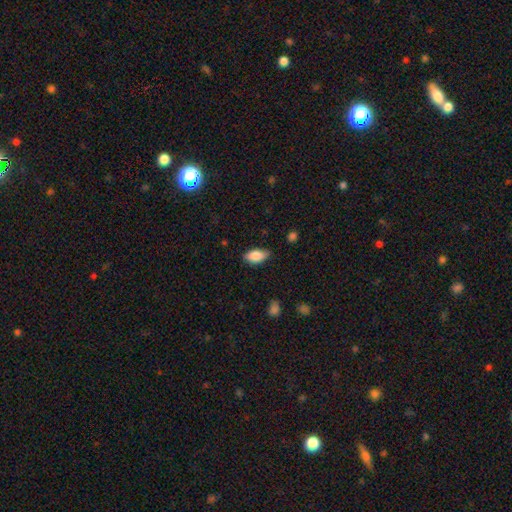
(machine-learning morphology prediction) A smooth galaxy with no disk features (85%) that is in between round and cigar-shaped (91%). Merging: none (76%).